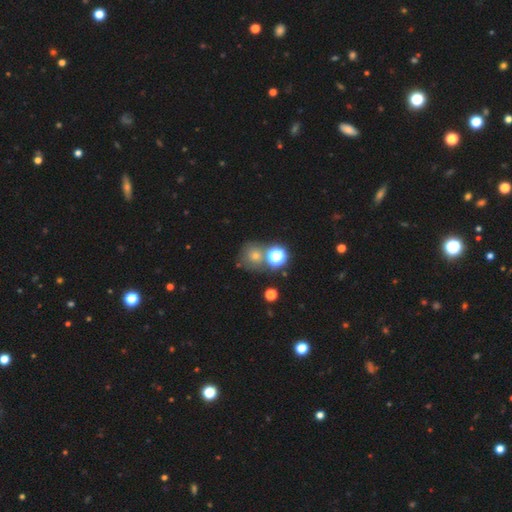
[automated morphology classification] type=smooth (45%); merging=none (66%).